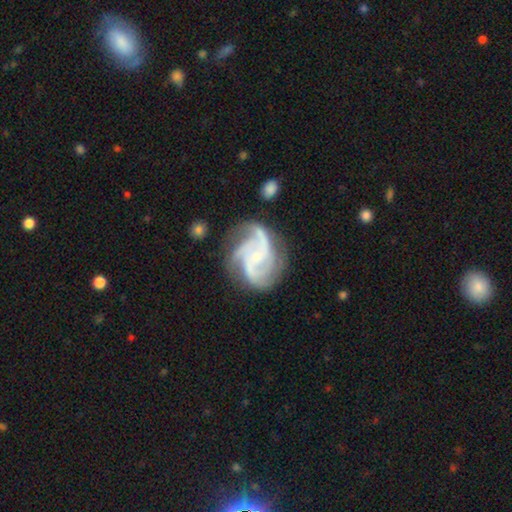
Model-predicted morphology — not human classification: Smooth or featured?
  - featured or disk: 91% *
  - star or artifact: 5%
  - smooth: 4%
Edge-on disk?
  - no: 98% *
  - yes: 2%
Bar?
  - no: 60% *
  - weak: 31%
  - strong: 9%
Spiral arms?
  - yes: 98% *
  - no: 2%
Spiral winding?
  - medium: 53% *
  - tight: 33%
  - loose: 14%
Spiral arm count?
  - 3: 58% *
  - 4: 18%
  - 2: 9%
  - can't tell: 6%
  - more than 4: 4%
  - 1: 4%
Bulge size?
  - small: 73% *
  - moderate: 18%
  - none: 7%
  - large: 1%
  - dominant: 1%
Merging?
  - none: 68% *
  - minor disturbance: 19%
  - major disturbance: 10%
  - merger: 2%